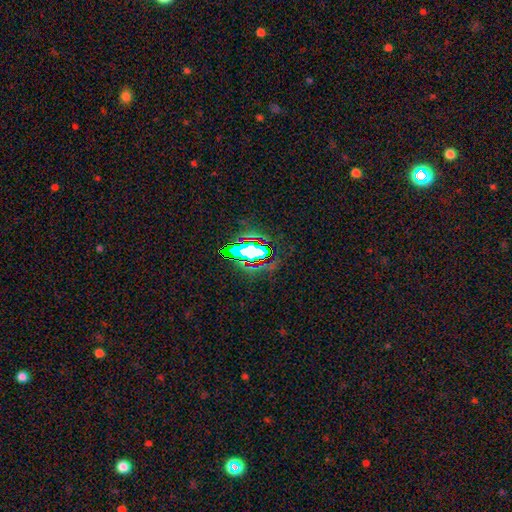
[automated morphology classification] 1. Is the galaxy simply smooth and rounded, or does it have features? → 51% star or artifact, 28% smooth, 21% featured or disk.